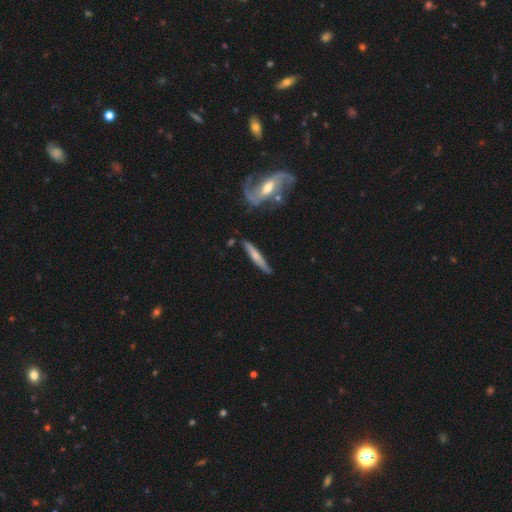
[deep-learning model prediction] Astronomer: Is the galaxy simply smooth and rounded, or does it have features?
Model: smooth — 50% (runner-up: featured or disk, 45%).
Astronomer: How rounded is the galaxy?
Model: cigar-shaped — 93%.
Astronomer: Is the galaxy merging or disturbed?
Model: none — 83%.